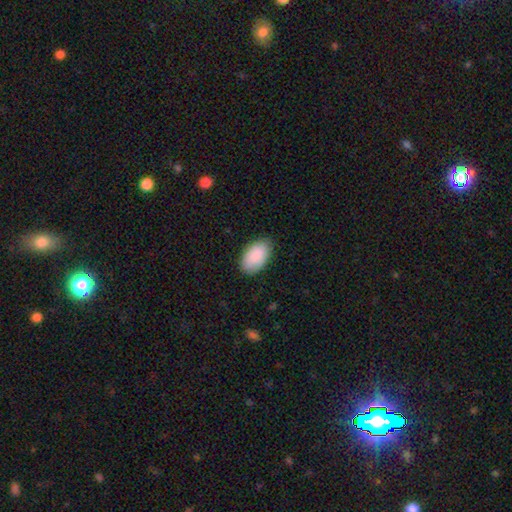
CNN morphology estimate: The model was most divided on "merging": none: 85%, minor disturbance: 12%, major disturbance: 2%, merger: 1%. More confident: how rounded — in between (95%); smooth or featured — smooth (89%).